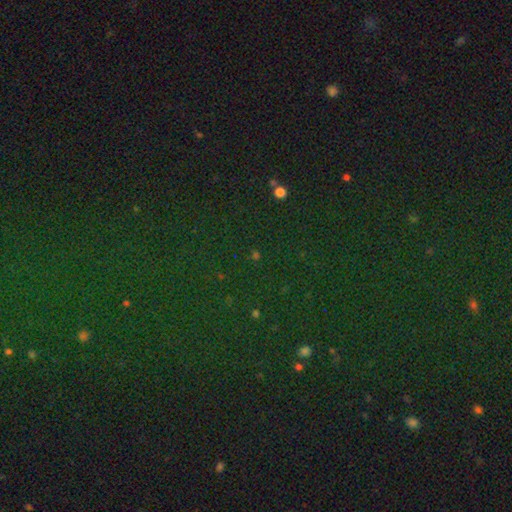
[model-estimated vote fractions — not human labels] Smooth or featured? Predicted: star or artifact (p=0.65).